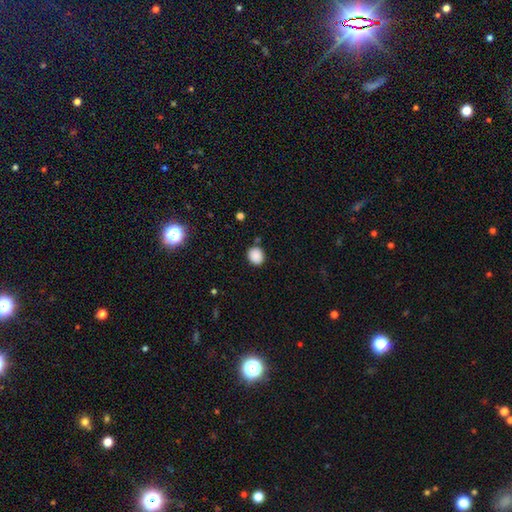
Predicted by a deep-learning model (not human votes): This is clearly a smooth galaxy (88%). How rounded: likely round (64%). Merging: clearly none (84%).